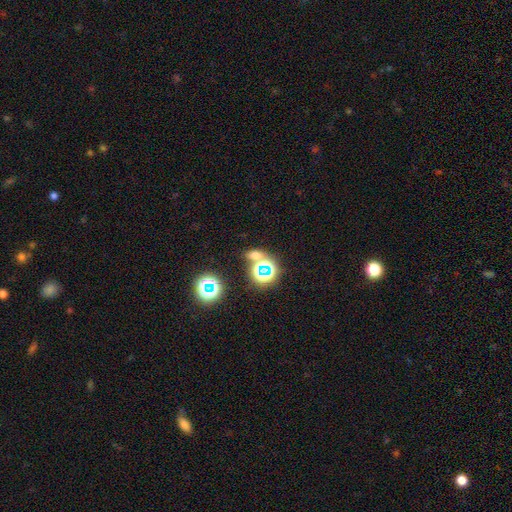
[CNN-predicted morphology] The model was most divided on "smooth or featured": smooth: 45%, star or artifact: 44%, featured or disk: 10%. More confident: merging — none (61%).